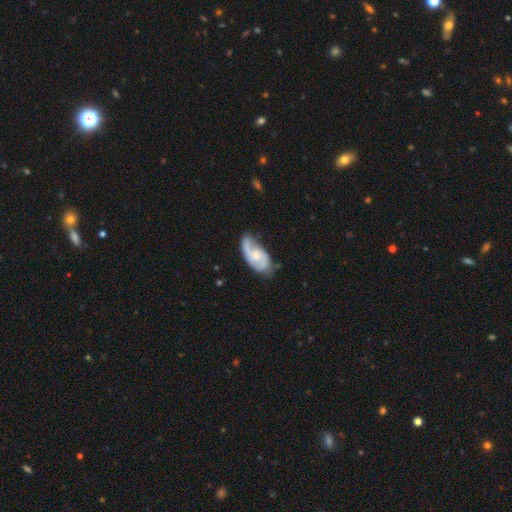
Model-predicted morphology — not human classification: Q: Smooth or featured?
A: featured or disk (74%); runner-up: smooth (20%)
Q: Edge-on disk?
A: no (95%); runner-up: yes (5%)
Q: Bar?
A: no (60%); runner-up: weak (34%)
Q: Spiral arms?
A: yes (92%); runner-up: no (8%)
Q: Spiral winding?
A: medium (47%); runner-up: loose (28%)
Q: Spiral arm count?
A: 2 (72%); runner-up: can't tell (11%)
Q: Bulge size?
A: small (44%); runner-up: moderate (39%)
Q: Merging?
A: none (52%); runner-up: minor disturbance (31%)